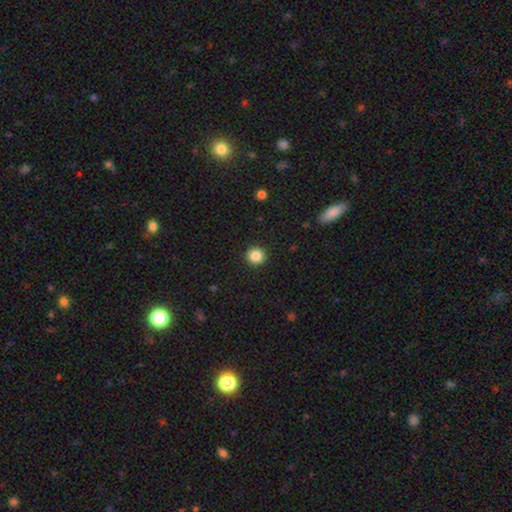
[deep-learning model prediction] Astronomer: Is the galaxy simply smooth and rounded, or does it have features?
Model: smooth — 86%.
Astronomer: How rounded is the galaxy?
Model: round — 94%.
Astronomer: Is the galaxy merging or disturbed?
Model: none — 93%.